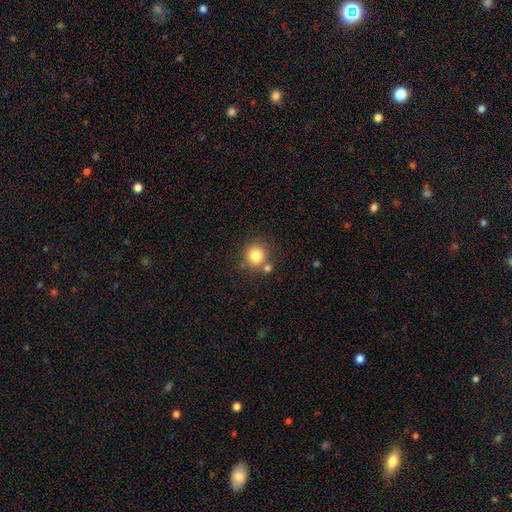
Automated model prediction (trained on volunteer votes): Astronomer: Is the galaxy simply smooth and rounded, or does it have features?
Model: smooth — 80%.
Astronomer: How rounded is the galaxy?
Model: round — 90%.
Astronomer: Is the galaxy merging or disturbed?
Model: none — 71%.